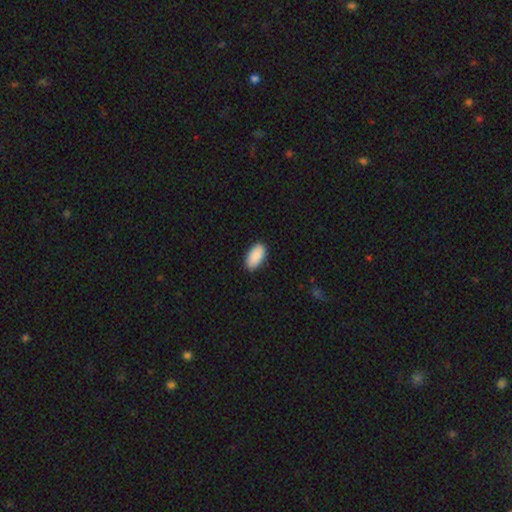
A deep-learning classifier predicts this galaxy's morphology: smooth_or_featured: smooth (p=0.91) [alt: star or artifact p=0.06]
how_rounded: in between (p=0.95) [alt: cigar-shaped p=0.03]
merging: none (p=0.88) [alt: minor disturbance p=0.09]